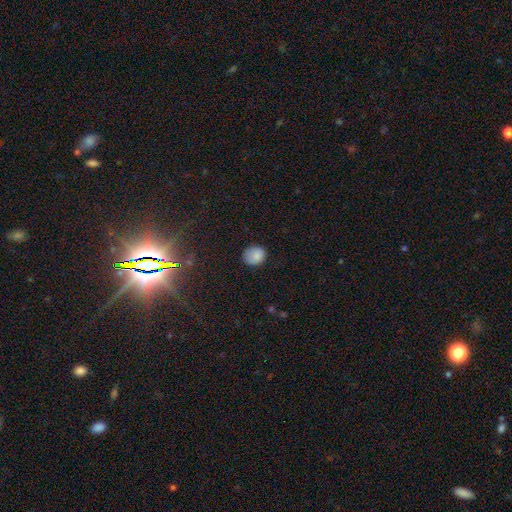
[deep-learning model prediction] Q: Smooth or featured?
A: smooth (83%); runner-up: star or artifact (10%)
Q: How rounded?
A: round (60%); runner-up: in between (39%)
Q: Merging?
A: none (73%); runner-up: minor disturbance (21%)